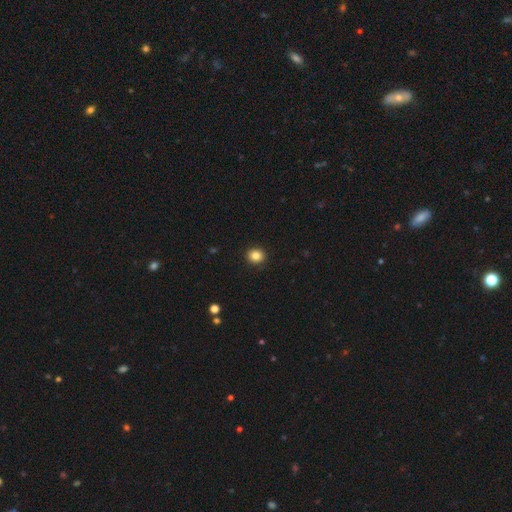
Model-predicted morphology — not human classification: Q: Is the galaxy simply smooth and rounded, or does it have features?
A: smooth — 85%.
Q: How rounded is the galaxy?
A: round — 84%.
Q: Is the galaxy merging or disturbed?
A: none — 92%.